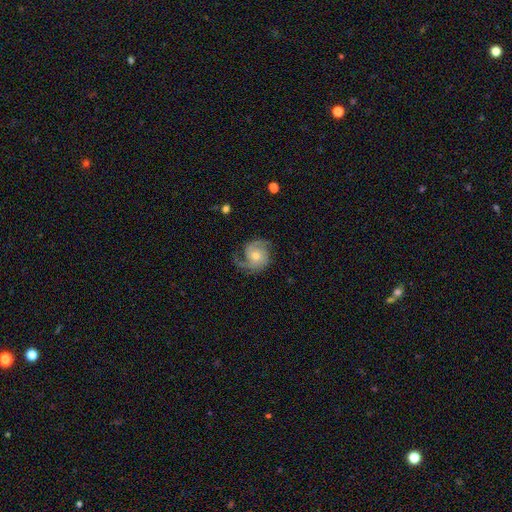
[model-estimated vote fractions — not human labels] A featured or disk galaxy (87%) with no bar (71%), 2 (76%) medium (48%) spiral arms (97%) and a moderate central bulge (56%). Merging: none (72%).